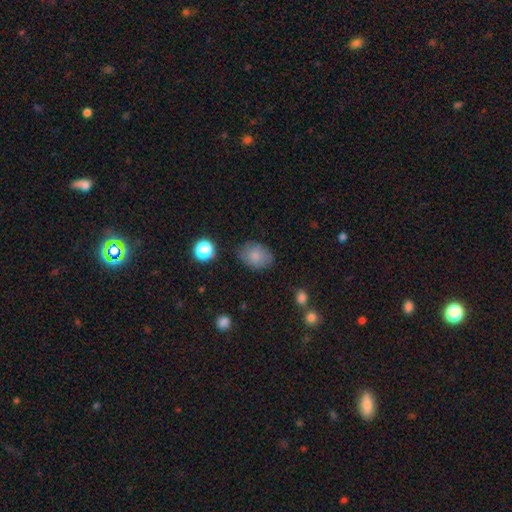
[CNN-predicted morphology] This appears to be a smooth galaxy with no disk features (81%) that is in between round and cigar-shaped (65%). Merging: none (75%).